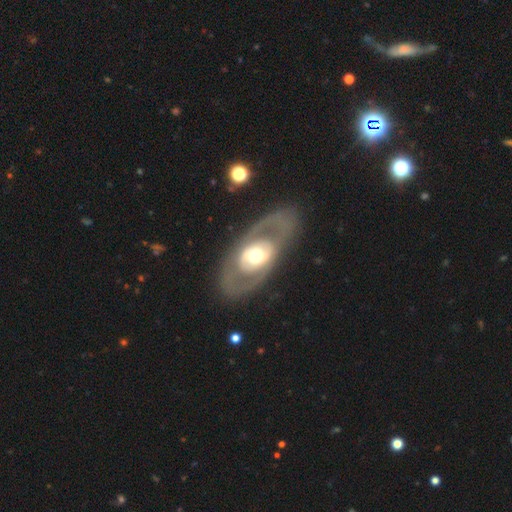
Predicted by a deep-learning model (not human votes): A featured or disk galaxy (68%) with no bar (70%), no spiral arms (73%) and a moderate central bulge (58%). Merging: none (77%).